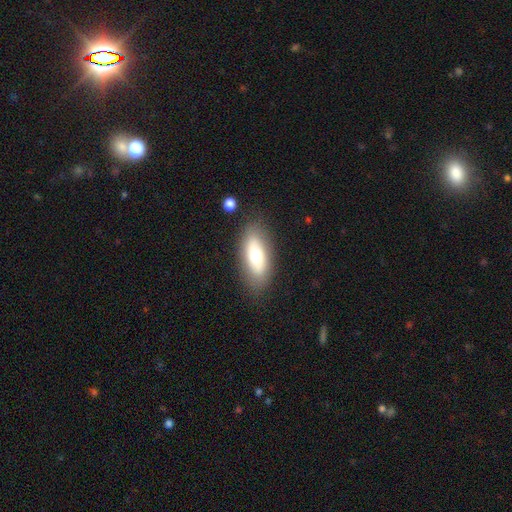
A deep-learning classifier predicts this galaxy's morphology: Smooth or featured? smooth (60%)
How rounded? in between (84%)
Merging? none (81%)